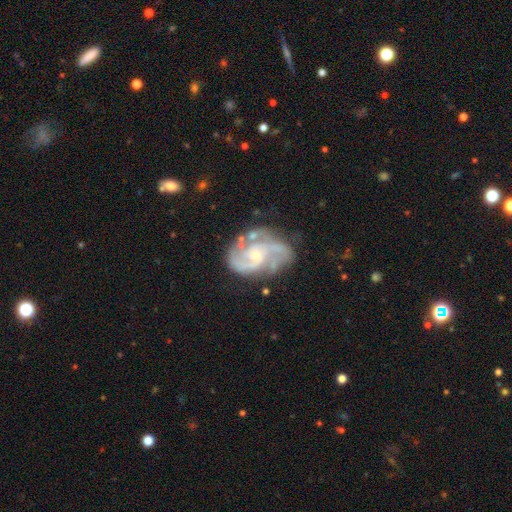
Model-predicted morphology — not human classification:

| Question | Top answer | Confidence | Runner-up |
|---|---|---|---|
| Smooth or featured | featured or disk | 89% | smooth (6%) |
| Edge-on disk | no | 98% | yes (2%) |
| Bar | no | 65% | weak (28%) |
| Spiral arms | yes | 96% | no (4%) |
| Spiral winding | medium | 51% | tight (36%) |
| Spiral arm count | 2 | 59% | 3 (19%) |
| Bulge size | small | 70% | moderate (27%) |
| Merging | none | 58% | minor disturbance (24%) |